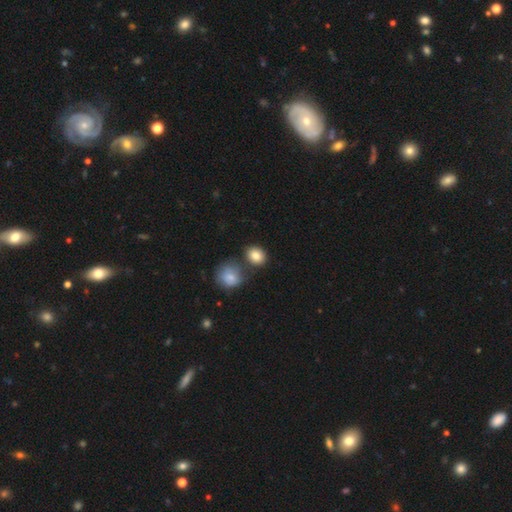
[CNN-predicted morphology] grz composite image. It shows a smooth galaxy with no disk features (85%) that is round (61%). Merging: none (65%).